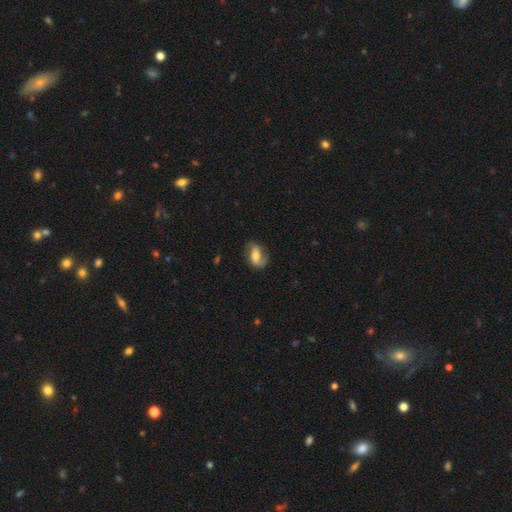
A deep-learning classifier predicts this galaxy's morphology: Overall: featured or disk (52%; smooth 41%). Edge-on disk: no (93%). Merging: none (66%).